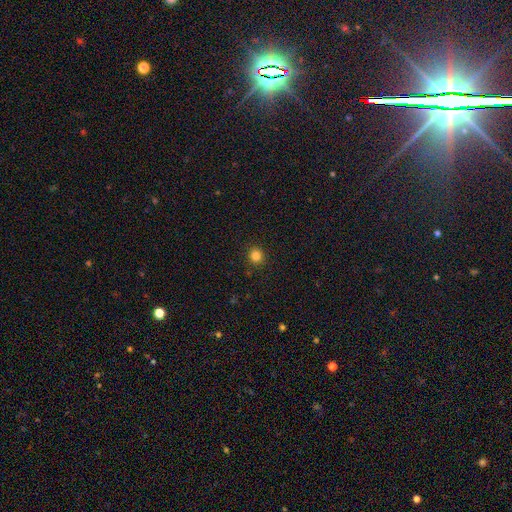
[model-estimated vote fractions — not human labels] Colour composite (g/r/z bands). It shows a smooth galaxy with no disk features (82%) that is round (90%). Merging: none (91%).